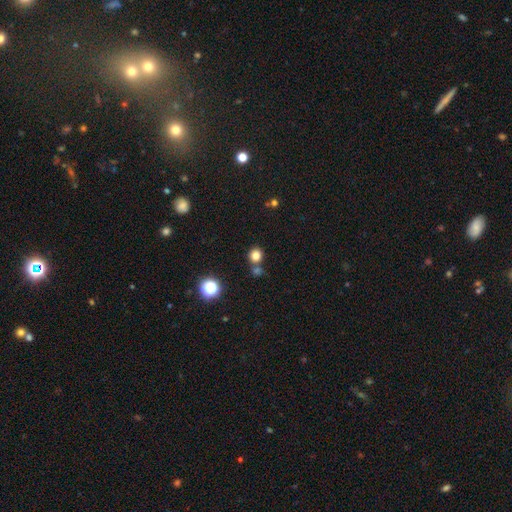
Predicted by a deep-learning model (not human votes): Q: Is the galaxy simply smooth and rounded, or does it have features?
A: smooth — 79%.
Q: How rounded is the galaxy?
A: round — 88%.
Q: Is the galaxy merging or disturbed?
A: none — 69%.